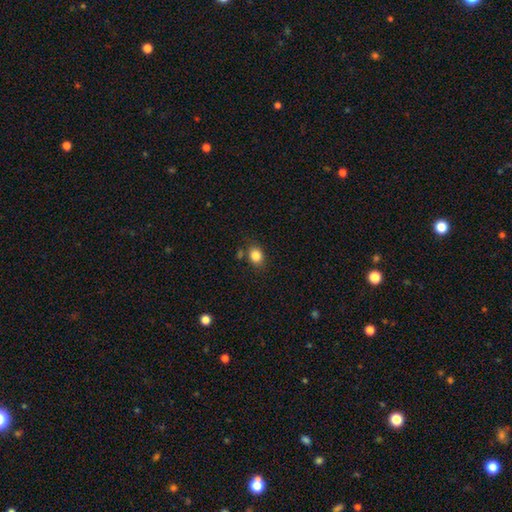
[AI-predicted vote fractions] Morphology: type=smooth (84%); roundness=in between (51%); merging=none (76%).